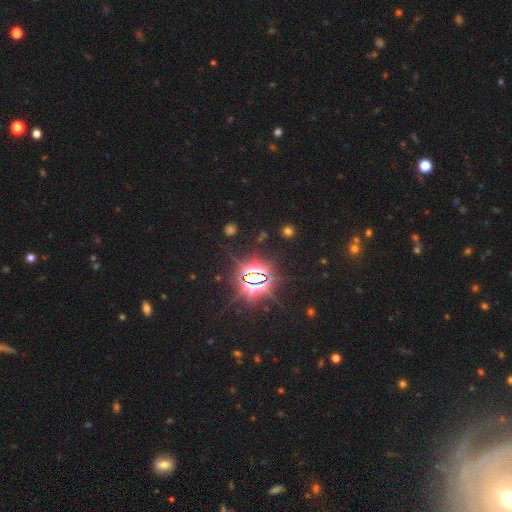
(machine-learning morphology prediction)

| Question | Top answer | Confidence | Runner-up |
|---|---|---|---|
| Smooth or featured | star or artifact | 62% | smooth (29%) |